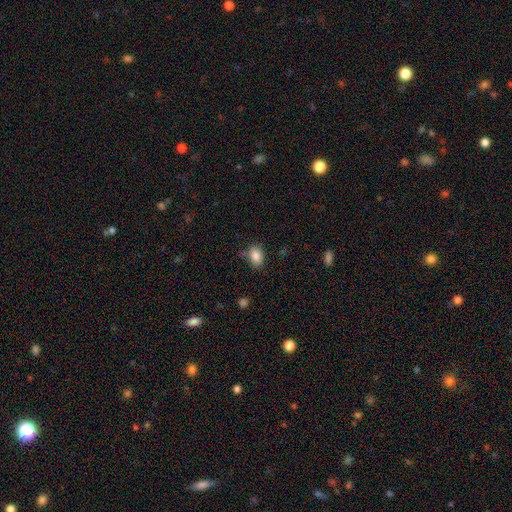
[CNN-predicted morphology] Smooth or featured? smooth (86%)
How rounded? in between (78%)
Merging? none (73%)